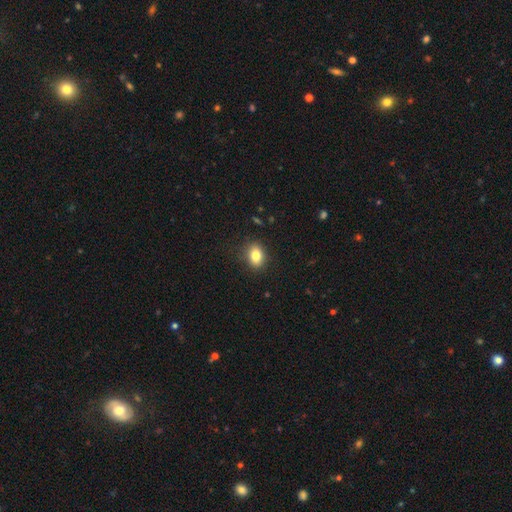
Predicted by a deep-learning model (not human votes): Overall: smooth (82%). How rounded: in between (67%; round 32%). Merging: none (87%).